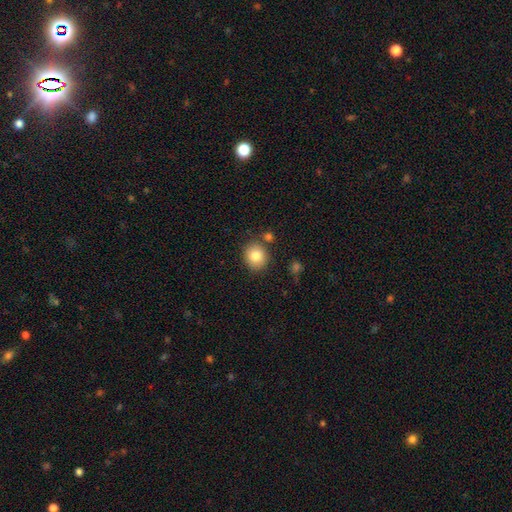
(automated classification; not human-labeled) smooth-or-featured: smooth: 82% | star or artifact: 9% | featured or disk: 9%
  how-rounded: round: 79% | in between: 20% | cigar-shaped: 1%
  merging: none: 80% | minor disturbance: 10% | merger: 7% | major disturbance: 3%